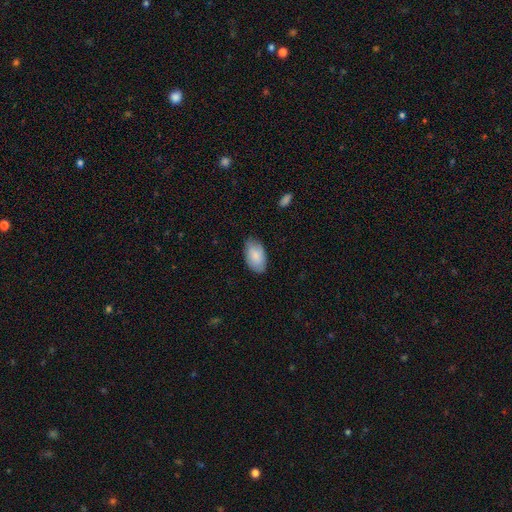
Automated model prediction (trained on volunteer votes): Smooth or featured? smooth (84%)
How rounded? in between (95%)
Merging? none (80%)